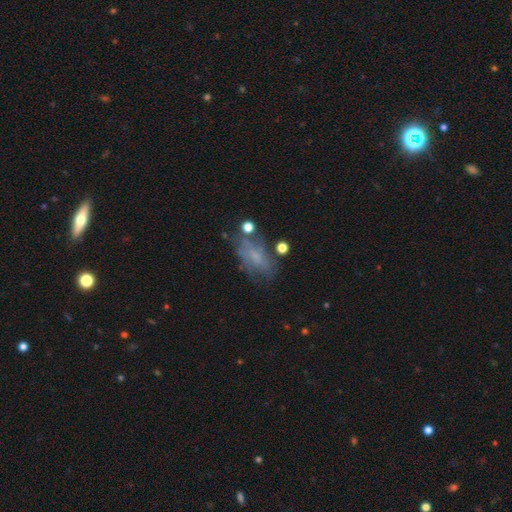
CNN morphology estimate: smooth_or_featured: featured or disk (p=0.46) [alt: smooth p=0.39]
merging: none (p=0.48) [alt: minor disturbance p=0.24]